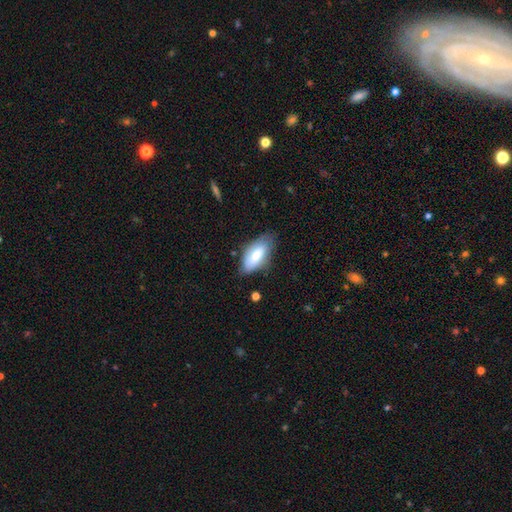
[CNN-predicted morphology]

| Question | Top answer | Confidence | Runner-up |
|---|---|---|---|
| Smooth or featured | smooth | 78% | featured or disk (16%) |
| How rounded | in between | 90% | cigar-shaped (8%) |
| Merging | none | 62% | minor disturbance (30%) |